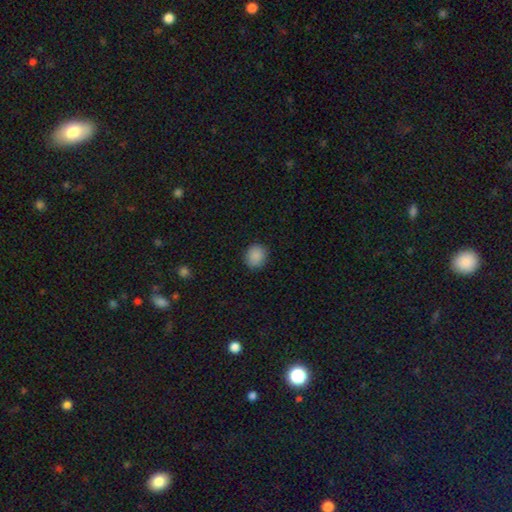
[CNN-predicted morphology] Smooth or featured? smooth (88%)
How rounded? round (82%)
Merging? none (89%)